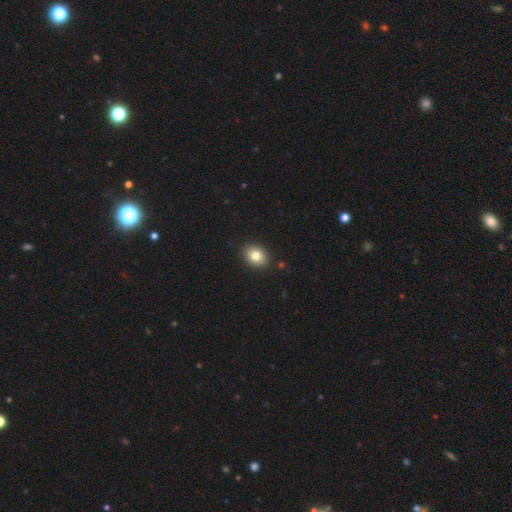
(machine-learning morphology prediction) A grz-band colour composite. It shows a smooth galaxy with no disk features (81%) that is in between round and cigar-shaped (60%). Merging: none (89%).